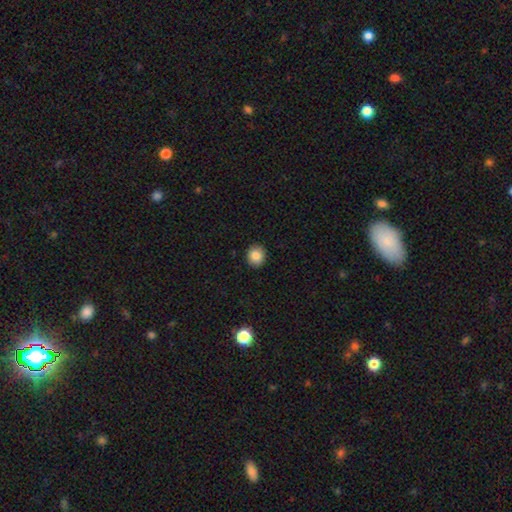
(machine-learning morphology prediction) A smooth galaxy with no disk features (84%) that is round (84%).

Vote fractions:
- Smooth or featured? smooth: 84% / star or artifact: 9% / featured or disk: 6%
- How rounded? round: 84% / in between: 15% / cigar-shaped: 1%
- Merging? none: 91% / minor disturbance: 6% / major disturbance: 2% / merger: 1%